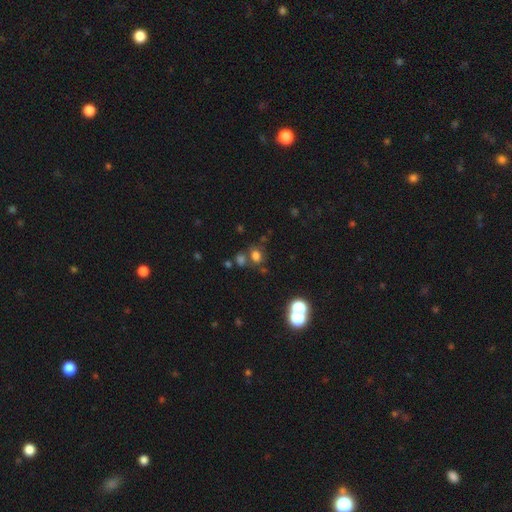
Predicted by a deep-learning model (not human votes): smooth_or_featured: smooth (p=0.70) [alt: star or artifact p=0.22]
how_rounded: round (p=0.55) [alt: in between p=0.44]
merging: none (p=0.62) [alt: merger p=0.20]